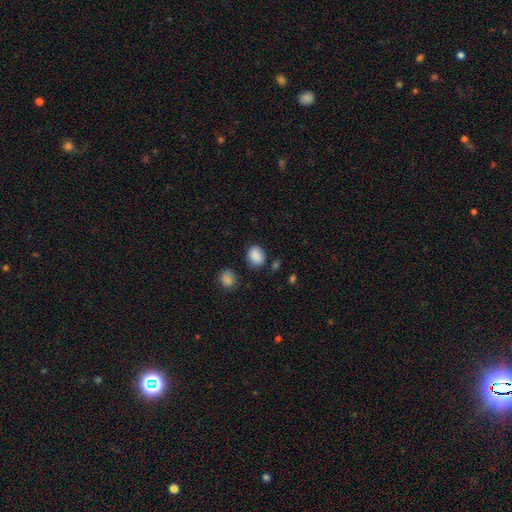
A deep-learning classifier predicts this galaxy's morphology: This appears to be a smooth galaxy with no disk features (87%) that is in between round and cigar-shaped (53%). Merging: none (76%).